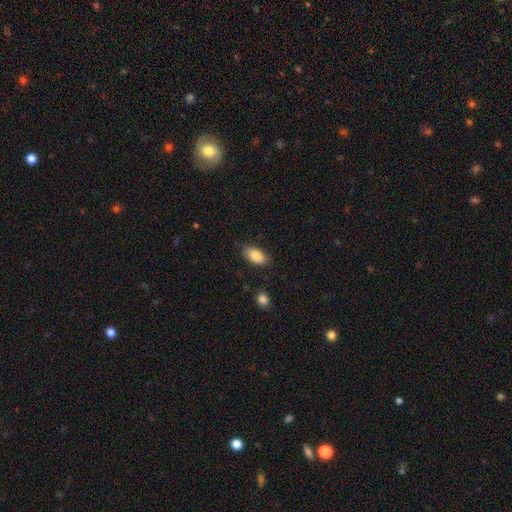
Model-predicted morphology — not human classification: Smooth or featured?
  - smooth: 86% *
  - featured or disk: 8%
  - star or artifact: 7%
How rounded?
  - in between: 93% *
  - cigar-shaped: 4%
  - round: 3%
Merging?
  - none: 82% *
  - minor disturbance: 13%
  - major disturbance: 3%
  - merger: 2%